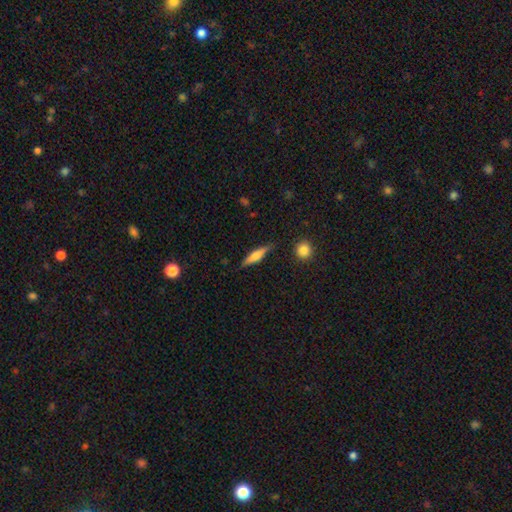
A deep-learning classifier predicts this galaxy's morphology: Overall: smooth (47%; featured or disk 46%). Merging: none (84%).